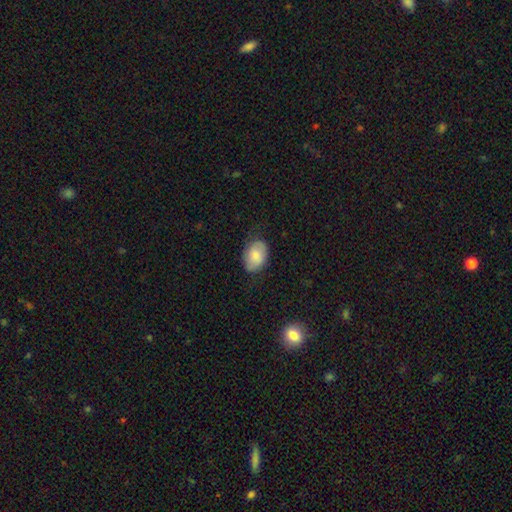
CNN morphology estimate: A smooth galaxy with no disk features (75%) that is in between round and cigar-shaped (82%).

Vote fractions:
- Smooth or featured? smooth: 75% / featured or disk: 18% / star or artifact: 7%
- How rounded? in between: 82% / round: 17% / cigar-shaped: 1%
- Merging? none: 73% / minor disturbance: 20% / major disturbance: 5% / merger: 1%